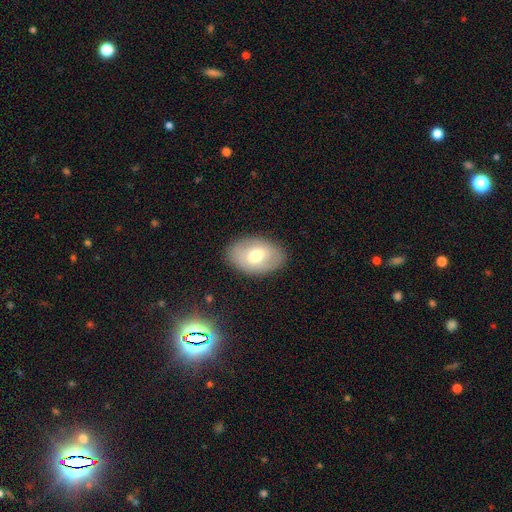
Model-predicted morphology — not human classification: This is possibly a smooth galaxy (60%). How rounded: clearly in between (84%). Merging: clearly none (84%).